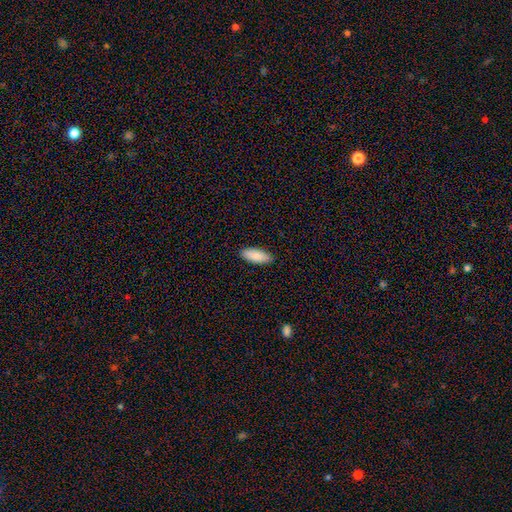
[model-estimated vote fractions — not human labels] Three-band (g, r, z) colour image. It shows a smooth galaxy with no disk features (89%) that is in between round and cigar-shaped (77%). Merging: none (89%).